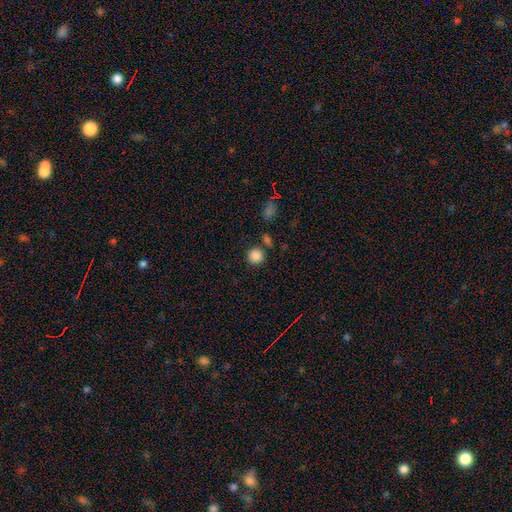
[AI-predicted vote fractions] Morphology: type=smooth (86%); roundness=round (94%); merging=none (81%).